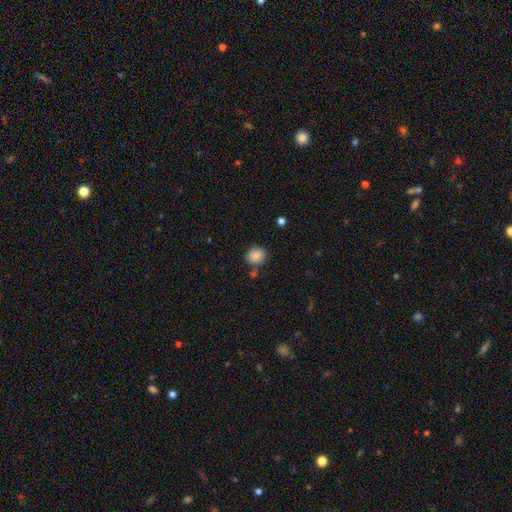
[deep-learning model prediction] Q: Smooth or featured?
A: smooth (86%); runner-up: star or artifact (9%)
Q: How rounded?
A: round (70%); runner-up: in between (29%)
Q: Merging?
A: none (79%); runner-up: minor disturbance (11%)